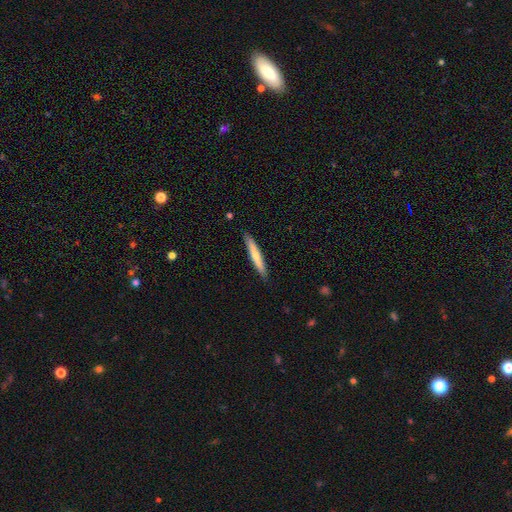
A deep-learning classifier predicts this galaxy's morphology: Smooth or featured? Predicted: smooth (p=0.66). How rounded? Predicted: cigar-shaped (p=0.94). Merging? Predicted: none (p=0.89).